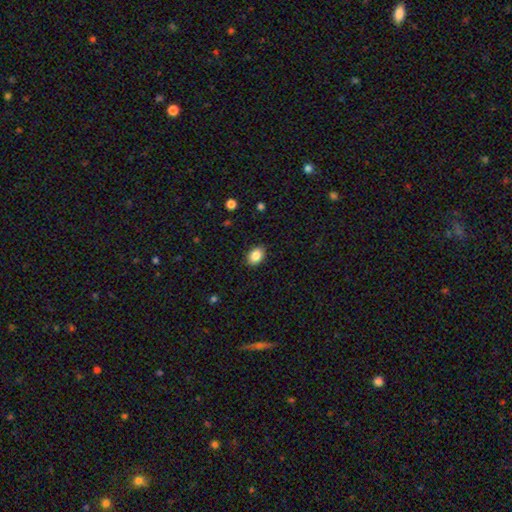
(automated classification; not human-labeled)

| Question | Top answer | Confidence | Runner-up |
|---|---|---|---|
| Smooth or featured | smooth | 87% | star or artifact (8%) |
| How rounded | in between | 76% | round (23%) |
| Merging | none | 89% | minor disturbance (8%) |